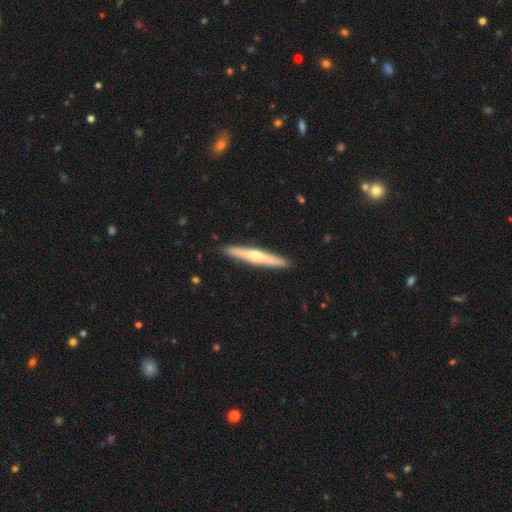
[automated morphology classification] This appears to be a featured or disk galaxy (60%) viewed edge-on (96%) with a rounded central bulge (80%). Merging: none (91%).